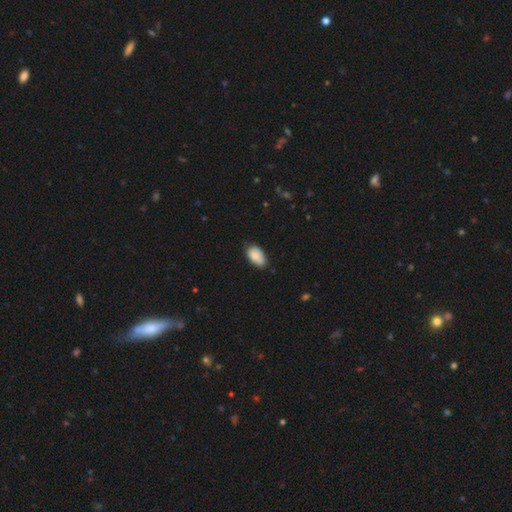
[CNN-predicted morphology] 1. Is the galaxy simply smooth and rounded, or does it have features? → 86% smooth, 7% featured or disk, 7% star or artifact.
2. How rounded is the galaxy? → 94% in between, 5% round, 1% cigar-shaped.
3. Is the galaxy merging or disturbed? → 71% none, 25% minor disturbance, 3% major disturbance, 1% merger.